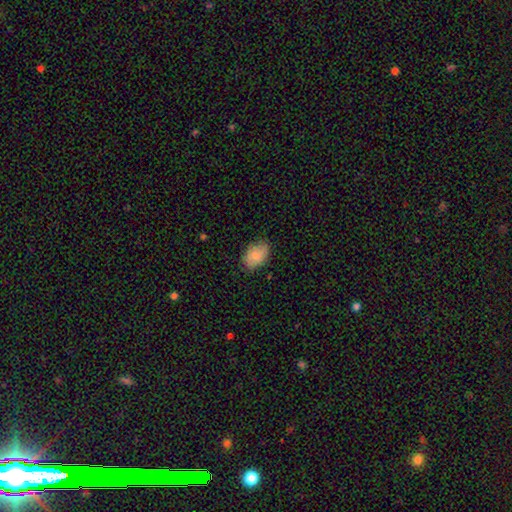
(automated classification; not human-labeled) Morphology: type=smooth (83%); roundness=in between (88%); merging=none (77%).